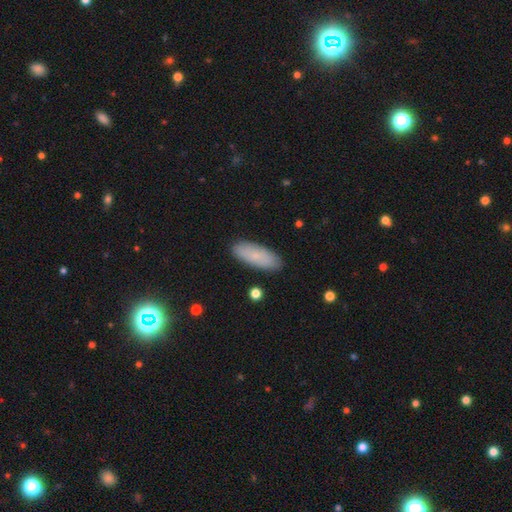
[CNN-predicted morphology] Smooth or featured: smooth — 78% (featured or disk — 14%)
How rounded: in between — 70% (cigar-shaped — 27%)
Merging: none — 88% (minor disturbance — 9%)